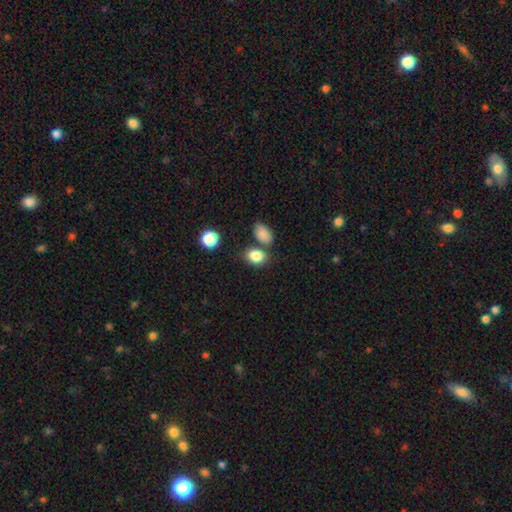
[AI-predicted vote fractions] Overall: smooth (85%). How rounded: in between (69%; round 29%). Merging: none (65%).